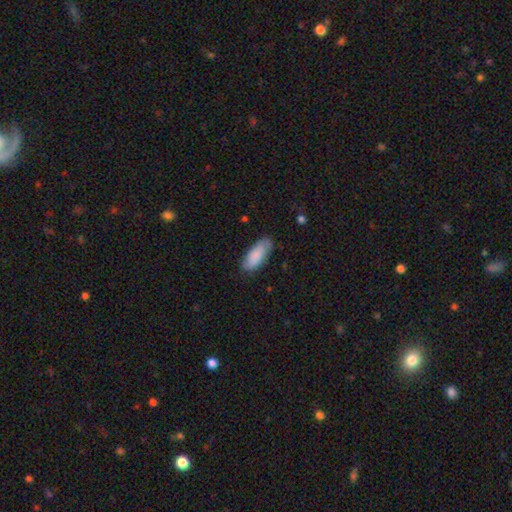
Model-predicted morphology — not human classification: The model was most divided on "merging": none: 77%, minor disturbance: 18%, major disturbance: 3%, merger: 1%. More confident: how rounded — in between (82%); smooth or featured — smooth (79%).